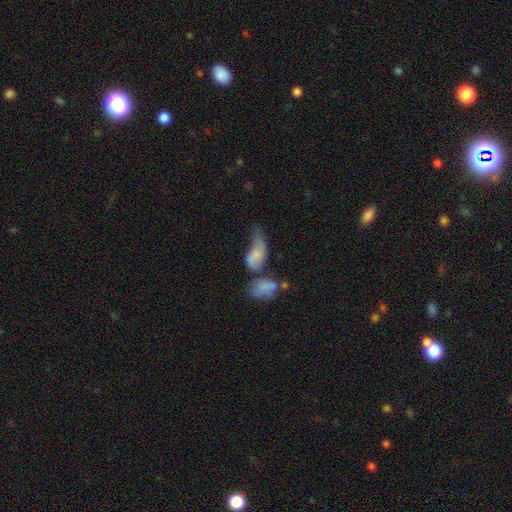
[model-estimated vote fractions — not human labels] A smooth galaxy with no disk features (59%) that is in between round and cigar-shaped (86%).

Vote fractions:
- Smooth or featured? smooth: 59% / featured or disk: 31% / star or artifact: 10%
- How rounded? in between: 86% / round: 8% / cigar-shaped: 7%
- Merging? merger: 45% / major disturbance: 27% / minor disturbance: 15% / none: 14%